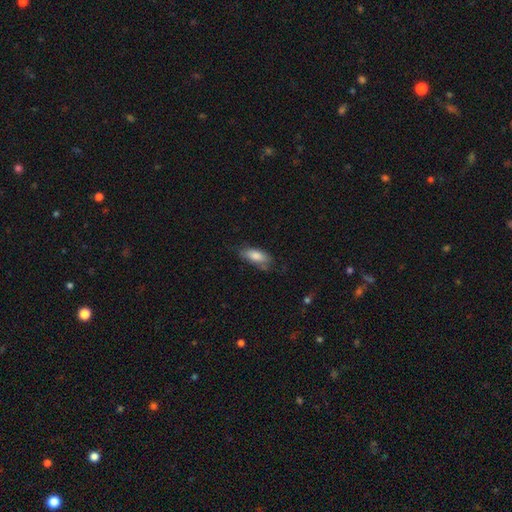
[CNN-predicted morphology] This appears to be a smooth galaxy with no disk features (80%) that is in between round and cigar-shaped (79%). Merging: none (60%).